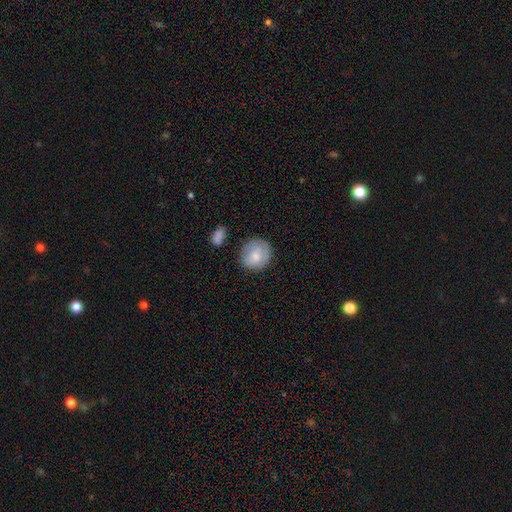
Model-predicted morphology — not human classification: smooth_or_featured: smooth (p=0.76) [alt: featured or disk p=0.18]
how_rounded: round (p=0.81) [alt: in between p=0.18]
merging: none (p=0.73) [alt: minor disturbance p=0.19]